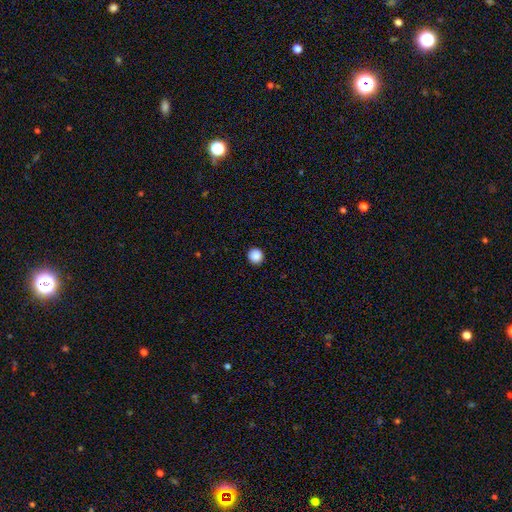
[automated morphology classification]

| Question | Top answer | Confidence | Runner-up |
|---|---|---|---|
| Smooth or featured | smooth | 88% | star or artifact (9%) |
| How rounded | round | 95% | in between (4%) |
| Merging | none | 94% | minor disturbance (4%) |